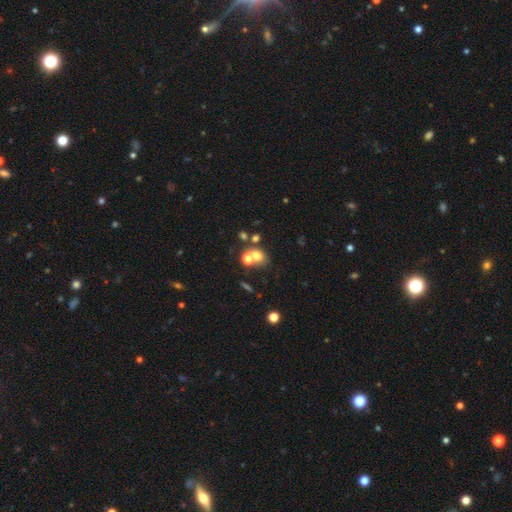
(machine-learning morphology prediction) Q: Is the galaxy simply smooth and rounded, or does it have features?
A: smooth — 64%.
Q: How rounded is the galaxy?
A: round — 63%.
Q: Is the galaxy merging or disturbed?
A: merger — 47%.